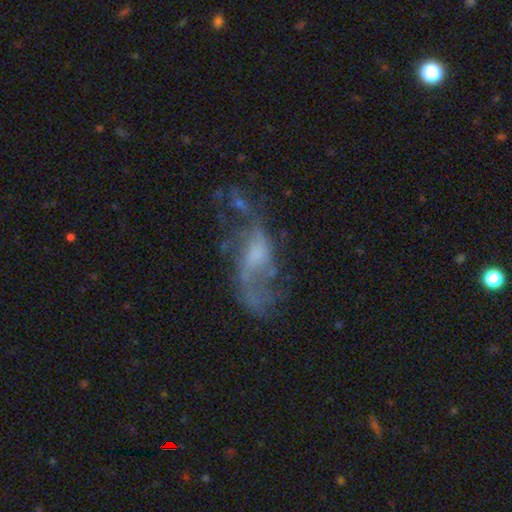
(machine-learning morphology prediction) type=featured or disk (71%); edge-on=no (92%); bar=no (54%); spiral arms=yes (74%); bulge=small (40%); merging=none (44%).